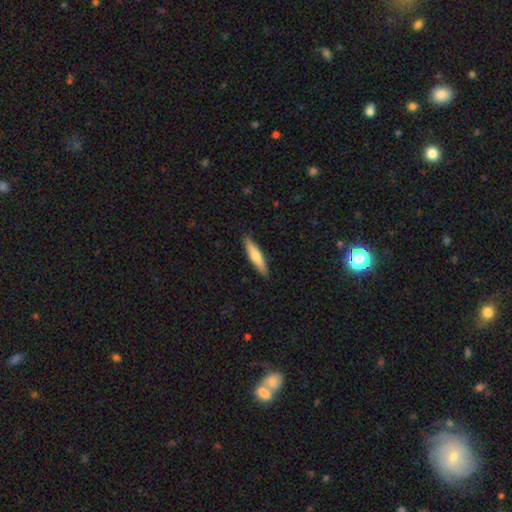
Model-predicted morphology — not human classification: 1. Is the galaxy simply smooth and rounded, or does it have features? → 64% smooth, 31% featured or disk, 5% star or artifact.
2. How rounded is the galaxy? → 84% cigar-shaped, 15% in between, 1% round.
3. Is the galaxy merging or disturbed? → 90% none, 8% minor disturbance, 1% major disturbance, 1% merger.